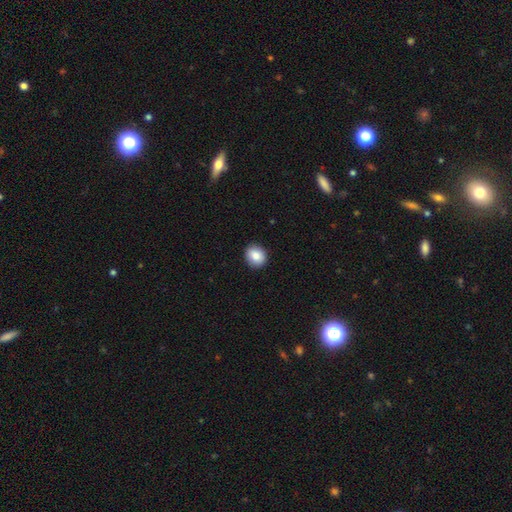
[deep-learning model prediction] Overall: smooth (85%). How rounded: round (77%). Merging: none (91%).